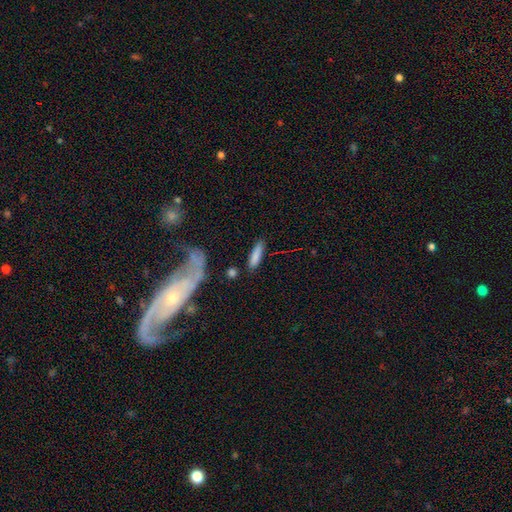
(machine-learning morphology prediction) The model was most divided on "how rounded": cigar-shaped: 71%, in between: 27%, round: 2%. More confident: smooth or featured — smooth (83%); merging — none (78%).